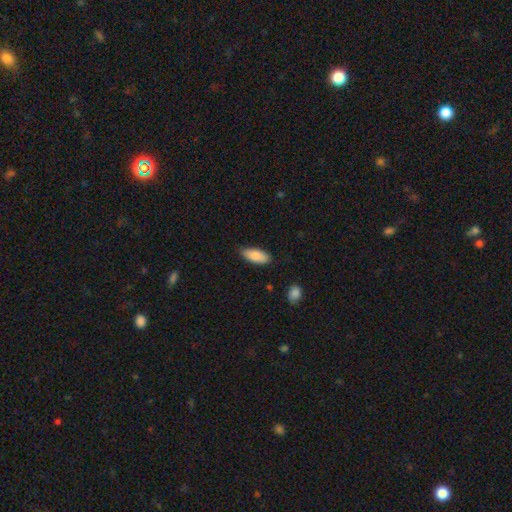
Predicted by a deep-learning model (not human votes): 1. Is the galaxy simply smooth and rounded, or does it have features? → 83% smooth, 11% featured or disk, 6% star or artifact.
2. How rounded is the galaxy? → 83% in between, 15% cigar-shaped, 2% round.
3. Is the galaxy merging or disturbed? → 81% none, 15% minor disturbance, 2% major disturbance, 2% merger.